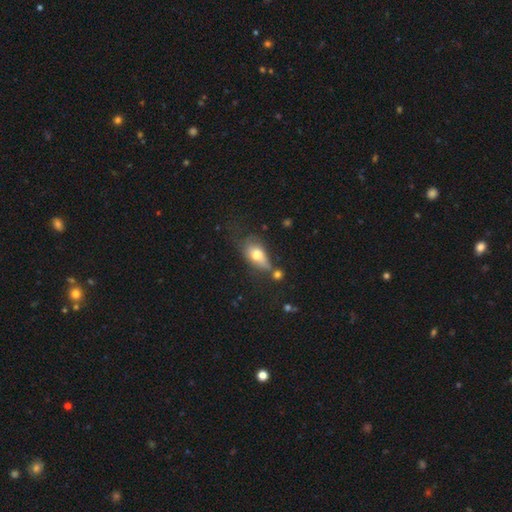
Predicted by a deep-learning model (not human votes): The model was most divided on "merging": none: 33%, minor disturbance: 28%, major disturbance: 21%, merger: 17%. More confident: how rounded — in between (85%); smooth or featured — smooth (69%).